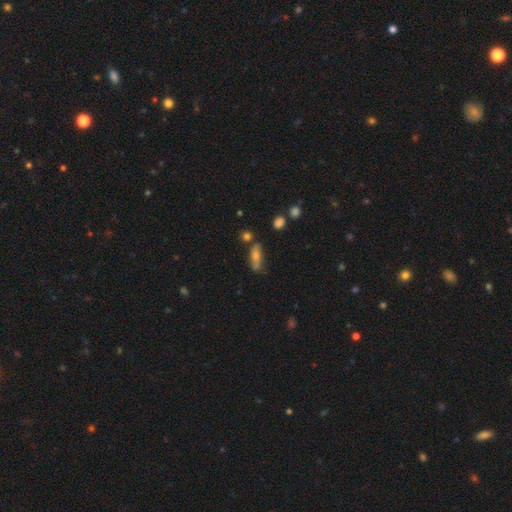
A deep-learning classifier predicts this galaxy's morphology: smooth_or_featured: smooth (p=0.54) [alt: featured or disk p=0.30]
how_rounded: in between (p=0.62) [alt: cigar-shaped p=0.31]
merging: none (p=0.62) [alt: minor disturbance p=0.22]